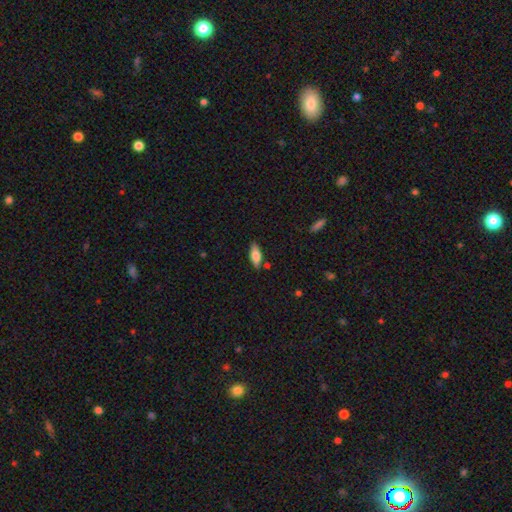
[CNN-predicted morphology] smooth 76%, featured or disk 18%, star or artifact 6%. Down the decision tree: how rounded — in between (73%); merging — none (82%).